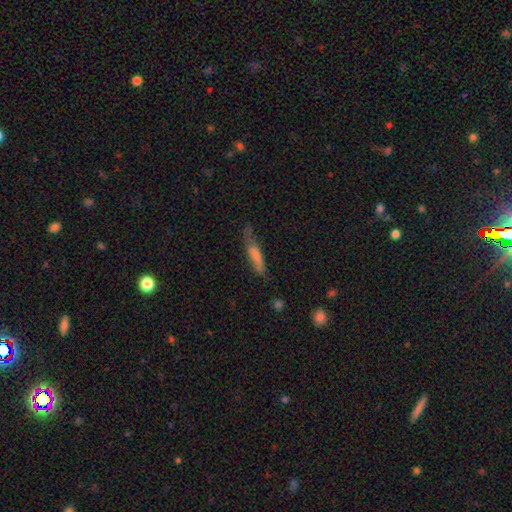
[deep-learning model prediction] Q: Smooth or featured?
A: smooth (69%); runner-up: featured or disk (24%)
Q: How rounded?
A: cigar-shaped (80%); runner-up: in between (19%)
Q: Merging?
A: none (52%); runner-up: minor disturbance (31%)